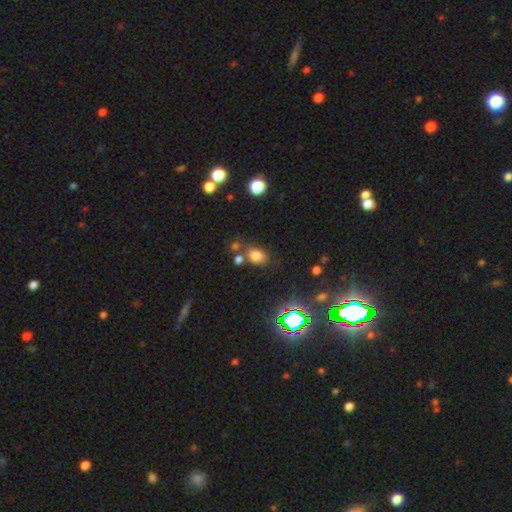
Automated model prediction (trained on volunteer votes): A smooth galaxy with no disk features (74%) that is in between round and cigar-shaped (59%). Merging: none (67%).